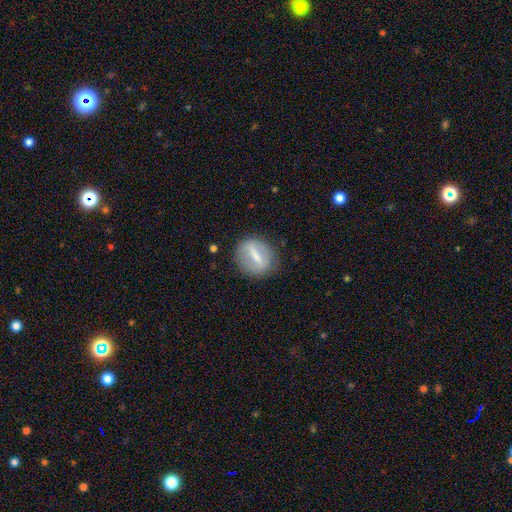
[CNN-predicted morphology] Smooth or featured? featured or disk (47%)
Merging? none (79%)